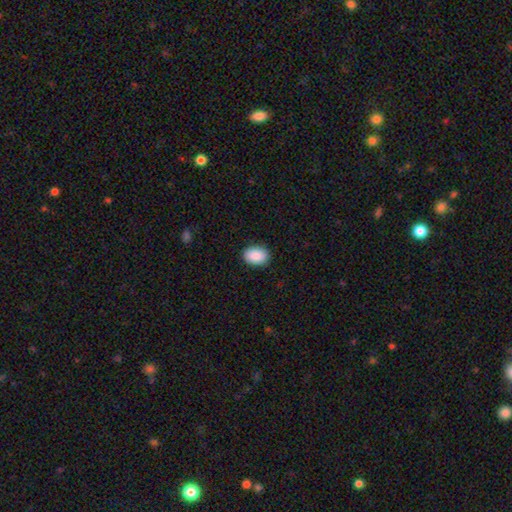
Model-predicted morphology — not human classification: The model was most divided on "how rounded": in between: 78%, round: 21%, cigar-shaped: 1%. More confident: smooth or featured — smooth (89%); merging — none (89%).